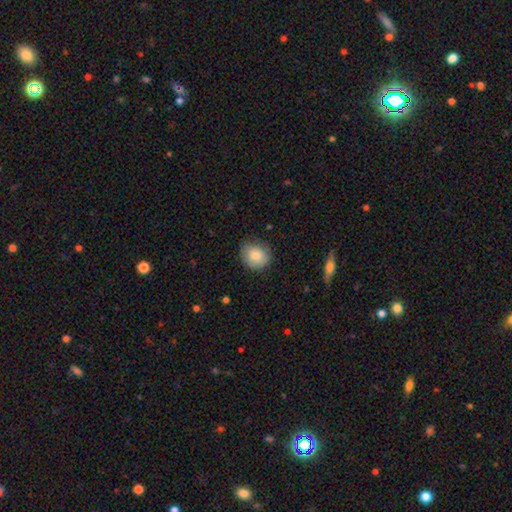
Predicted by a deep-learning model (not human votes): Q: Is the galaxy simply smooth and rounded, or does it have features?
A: smooth — 83%.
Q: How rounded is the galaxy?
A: round — 76%.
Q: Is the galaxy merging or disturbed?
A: none — 79%.